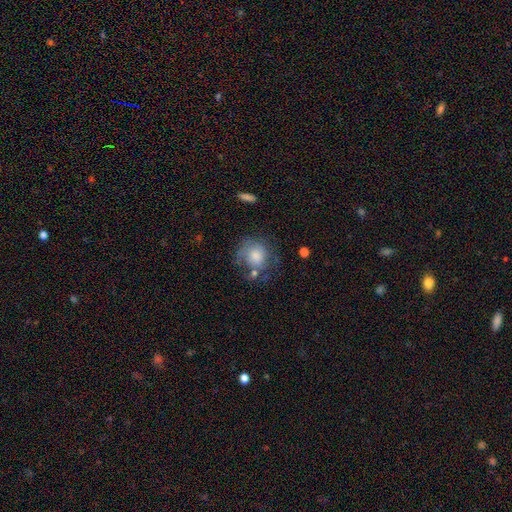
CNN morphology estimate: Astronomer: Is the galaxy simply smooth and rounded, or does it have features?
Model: smooth — 62%.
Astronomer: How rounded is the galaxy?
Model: round — 75%.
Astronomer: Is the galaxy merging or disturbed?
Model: none — 43% (runner-up: minor disturbance, 25%).